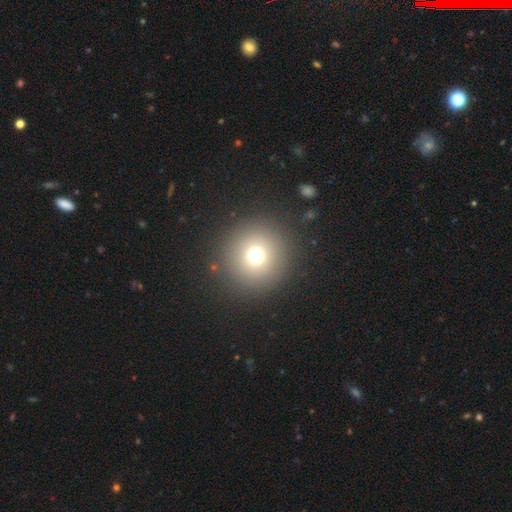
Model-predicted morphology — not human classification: Smooth or featured: smooth — 69% (star or artifact — 21%)
How rounded: round — 96% (in between — 3%)
Merging: none — 89% (minor disturbance — 5%)